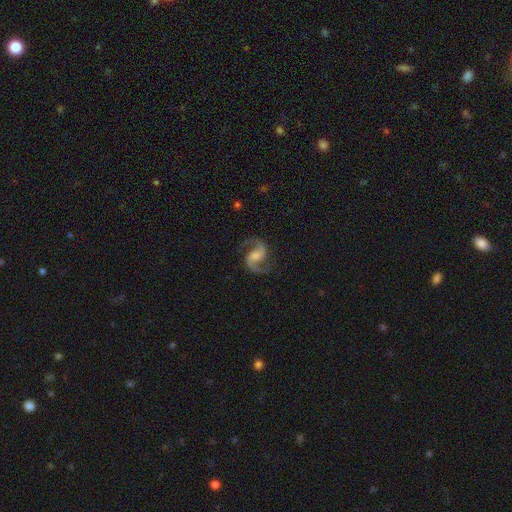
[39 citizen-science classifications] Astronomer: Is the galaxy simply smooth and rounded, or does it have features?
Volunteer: featured or disk — 97%.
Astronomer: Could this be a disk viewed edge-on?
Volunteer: no — 95%.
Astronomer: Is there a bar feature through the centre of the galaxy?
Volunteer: no — 69%.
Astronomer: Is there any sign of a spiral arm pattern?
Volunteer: yes — 97%.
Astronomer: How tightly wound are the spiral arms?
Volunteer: medium — 63%.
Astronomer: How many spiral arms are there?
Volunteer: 2 — 97%.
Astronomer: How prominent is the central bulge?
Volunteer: moderate — 44% (runner-up: small, 36%).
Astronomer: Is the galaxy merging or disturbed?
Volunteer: none — 90%.